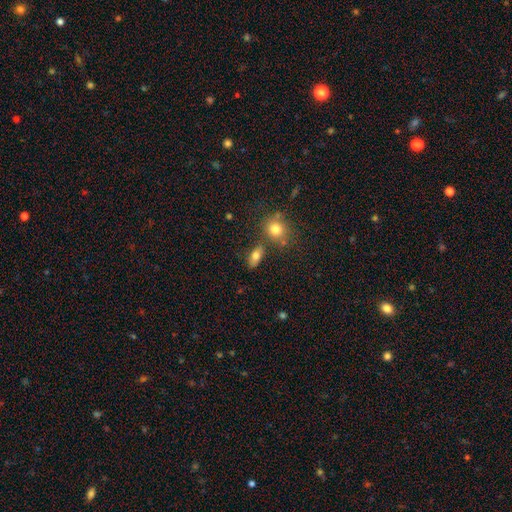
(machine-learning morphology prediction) A smooth galaxy with no disk features (78%) that is in between round and cigar-shaped (79%).

Vote fractions:
- Smooth or featured? smooth: 78% / featured or disk: 12% / star or artifact: 10%
- How rounded? in between: 79% / round: 12% / cigar-shaped: 9%
- Merging? none: 71% / minor disturbance: 13% / merger: 12% / major disturbance: 4%